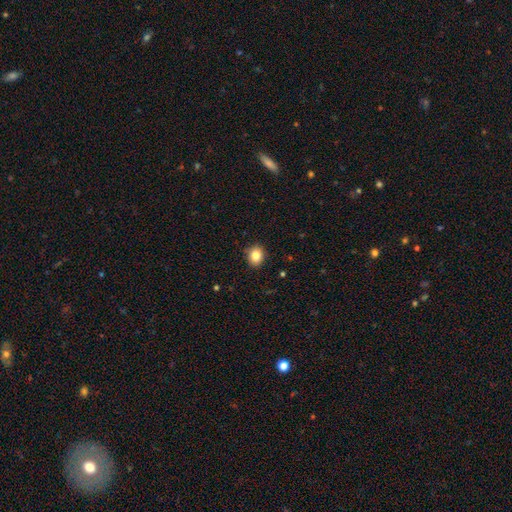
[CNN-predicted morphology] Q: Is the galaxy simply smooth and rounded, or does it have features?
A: smooth — 83%.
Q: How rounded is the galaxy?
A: round — 69%.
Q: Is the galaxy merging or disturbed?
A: none — 90%.